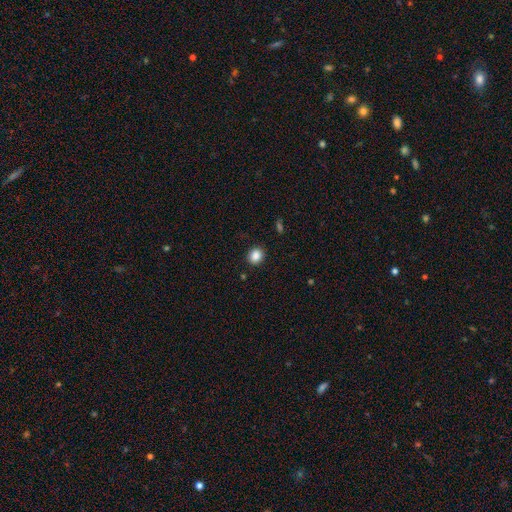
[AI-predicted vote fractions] Overall: smooth (87%). How rounded: round (69%; in between 30%). Merging: none (90%).